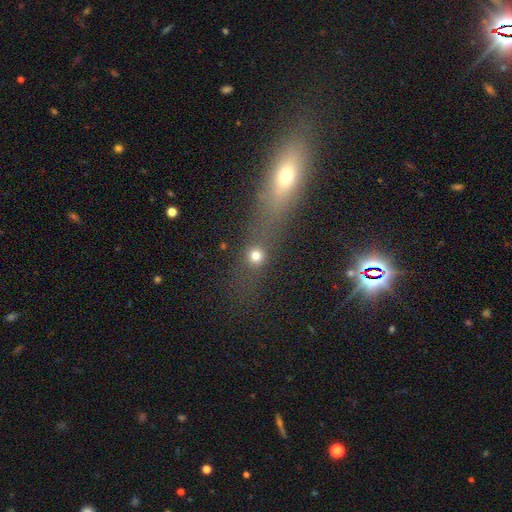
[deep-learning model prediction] The model was most divided on "merging": none: 53%, merger: 30%, minor disturbance: 9%, major disturbance: 8%. More confident: how rounded — round (77%); smooth or featured — smooth (71%).